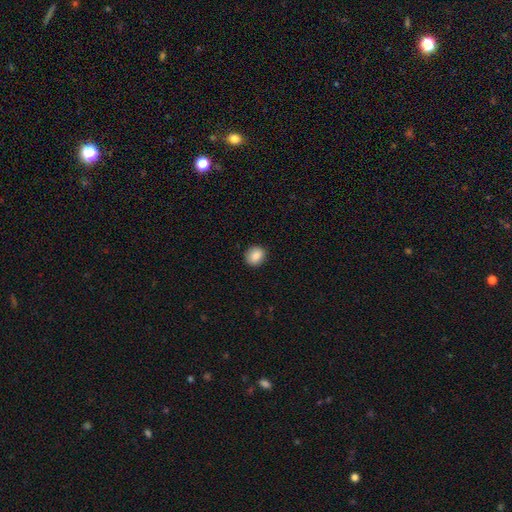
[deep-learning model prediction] smooth-or-featured: smooth: 87% | star or artifact: 8% | featured or disk: 5%
  how-rounded: round: 71% | in between: 28% | cigar-shaped: 1%
  merging: none: 89% | minor disturbance: 8% | major disturbance: 2% | merger: 1%